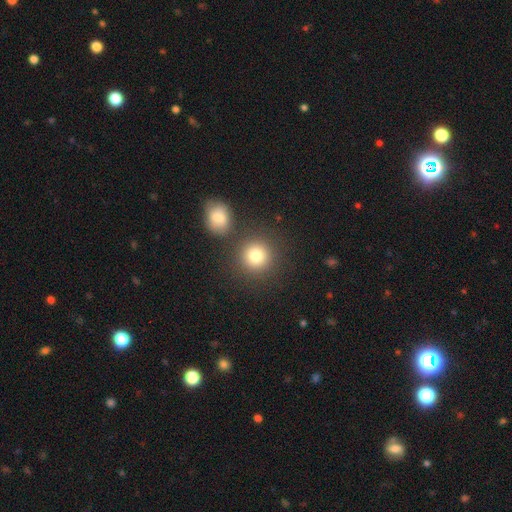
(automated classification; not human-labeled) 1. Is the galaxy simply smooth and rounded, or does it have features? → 81% smooth, 11% star or artifact, 8% featured or disk.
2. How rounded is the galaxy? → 91% round, 8% in between, 1% cigar-shaped.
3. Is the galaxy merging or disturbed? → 78% none, 11% merger, 7% minor disturbance, 3% major disturbance.